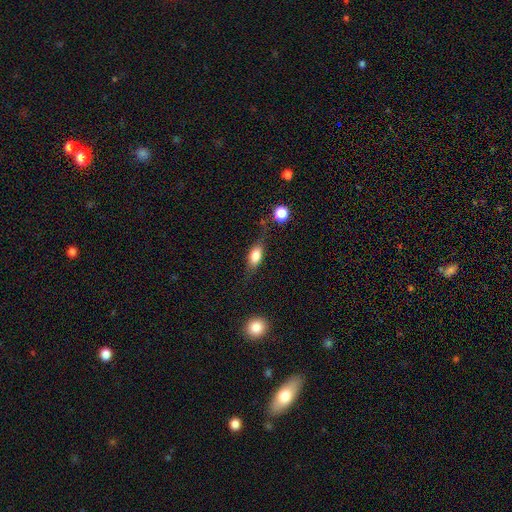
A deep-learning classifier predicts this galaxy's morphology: smooth_or_featured: smooth (p=0.69) [alt: featured or disk p=0.22]
how_rounded: in between (p=0.75) [alt: cigar-shaped p=0.17]
merging: none (p=0.65) [alt: minor disturbance p=0.21]